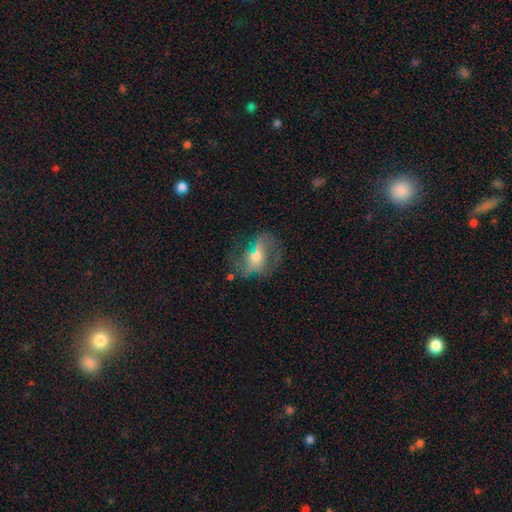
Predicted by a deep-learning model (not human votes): smooth-or-featured: featured or disk: 61% | smooth: 27% | star or artifact: 11%
  disk-edge-on: no: 92% | yes: 8%
    bar: no: 46% | weak: 35% | strong: 19%
    has-spiral-arms: yes: 57% | no: 43%
    bulge-size: moderate: 61% | small: 28% | large: 7% | none: 3% | dominant: 1%
  merging: none: 50% | major disturbance: 25% | minor disturbance: 22% | merger: 3%